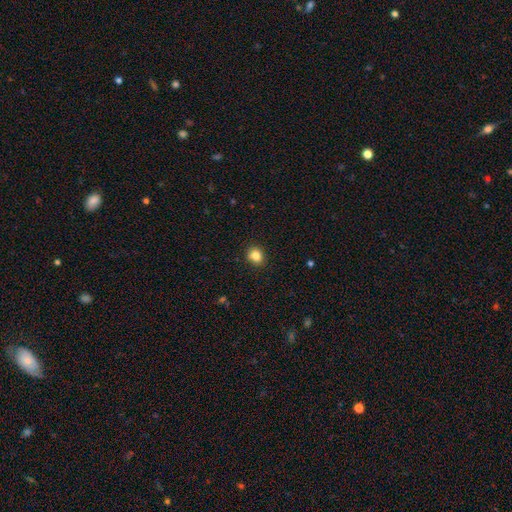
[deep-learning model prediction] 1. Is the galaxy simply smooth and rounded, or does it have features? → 85% smooth, 10% star or artifact, 5% featured or disk.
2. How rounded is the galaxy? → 71% round, 28% in between, 1% cigar-shaped.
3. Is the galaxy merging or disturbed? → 90% none, 7% minor disturbance, 2% major disturbance, 1% merger.